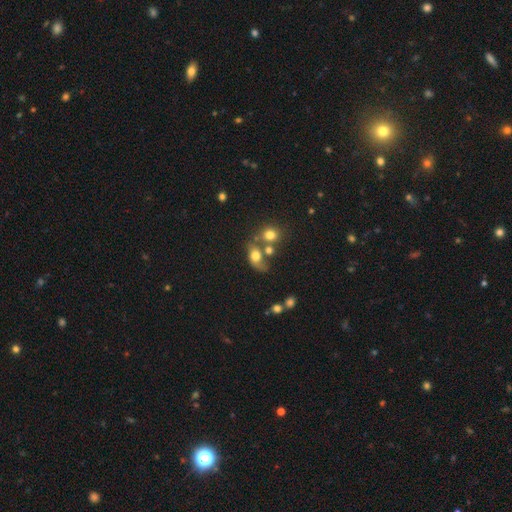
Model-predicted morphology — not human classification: Smooth or featured: smooth — 69% (featured or disk — 19%)
How rounded: in between — 68% (round — 29%)
Merging: merger — 34% (none — 32%)